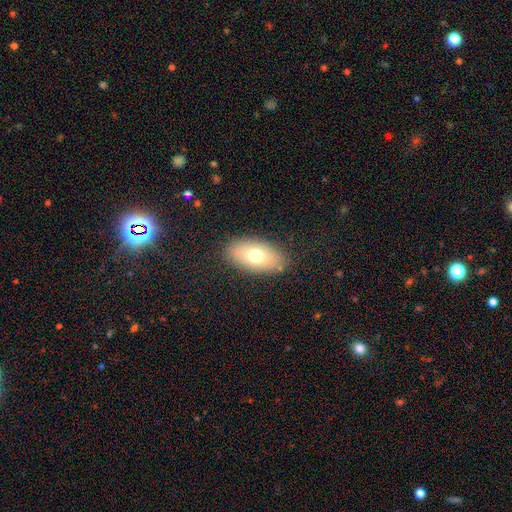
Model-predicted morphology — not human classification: smooth-or-featured: smooth: 69% | featured or disk: 22% | star or artifact: 9%
  how-rounded: in between: 91% | round: 6% | cigar-shaped: 3%
  merging: none: 84% | minor disturbance: 11% | major disturbance: 4% | merger: 1%